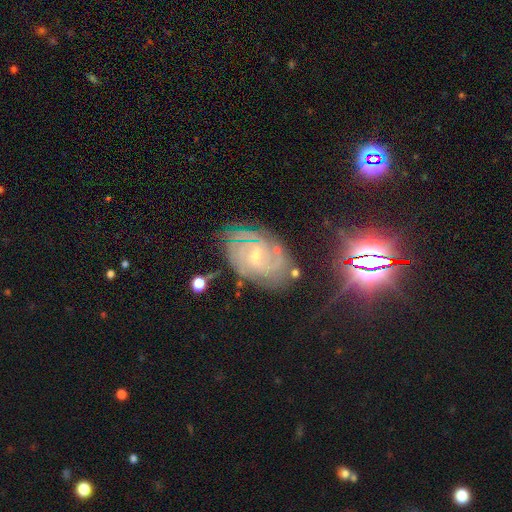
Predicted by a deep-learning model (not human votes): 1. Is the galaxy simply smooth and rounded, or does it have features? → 84% featured or disk, 9% star or artifact, 7% smooth.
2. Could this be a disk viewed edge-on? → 97% no, 3% yes.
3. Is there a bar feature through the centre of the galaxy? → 48% weak, 38% no, 14% strong.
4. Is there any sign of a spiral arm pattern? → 97% yes, 3% no.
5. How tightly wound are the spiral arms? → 70% tight, 25% medium, 5% loose.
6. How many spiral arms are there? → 29% can't tell, 24% 2, 19% 3, 15% 4, 8% more than 4, 6% 1.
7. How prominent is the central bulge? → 68% small, 27% moderate, 2% none, 1% large, 1% dominant.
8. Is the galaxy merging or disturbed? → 72% none, 19% minor disturbance, 6% major disturbance, 2% merger.